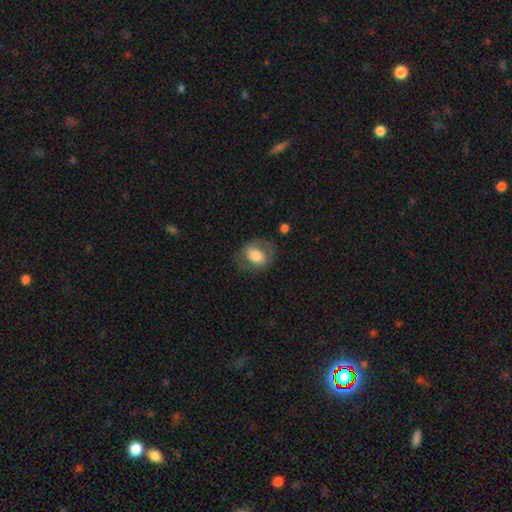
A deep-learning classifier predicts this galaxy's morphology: This appears to be a smooth galaxy with no disk features (63%) that is in between round and cigar-shaped (54%). Merging: none (66%).